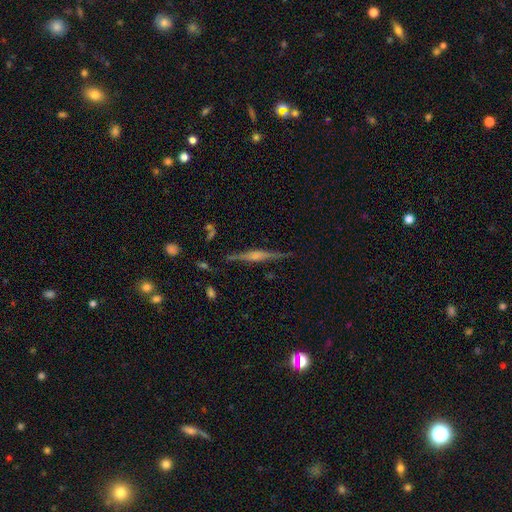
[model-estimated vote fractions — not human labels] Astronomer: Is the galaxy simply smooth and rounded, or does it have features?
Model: featured or disk — 76%.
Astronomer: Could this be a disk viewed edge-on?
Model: yes — 98%.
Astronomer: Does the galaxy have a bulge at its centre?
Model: rounded — 65%.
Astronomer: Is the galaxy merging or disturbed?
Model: none — 87%.